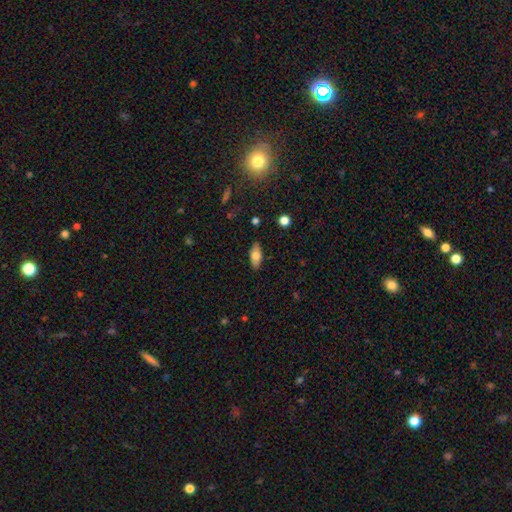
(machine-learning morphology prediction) Overall: smooth (71%). How rounded: in between (84%). Merging: none (87%).